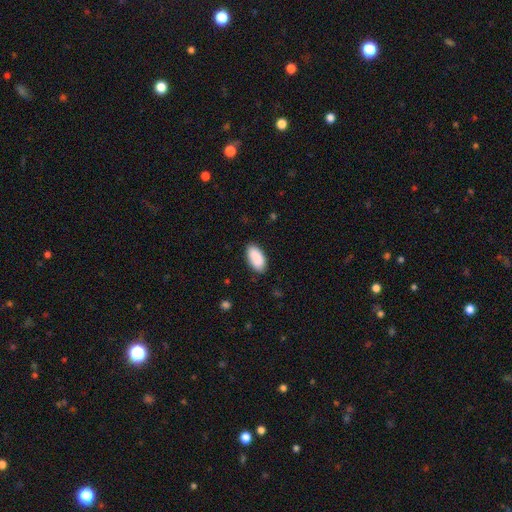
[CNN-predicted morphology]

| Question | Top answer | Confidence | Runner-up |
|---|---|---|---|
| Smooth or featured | smooth | 90% | star or artifact (6%) |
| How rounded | in between | 95% | cigar-shaped (3%) |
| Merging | none | 84% | minor disturbance (12%) |